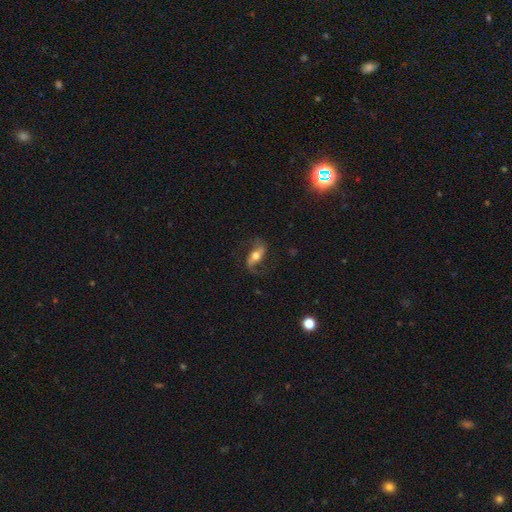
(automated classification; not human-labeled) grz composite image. It shows a featured or disk galaxy (67%) with a strong bar (42%), spiral arms (86%) and a moderate central bulge (67%). Merging: none (70%).